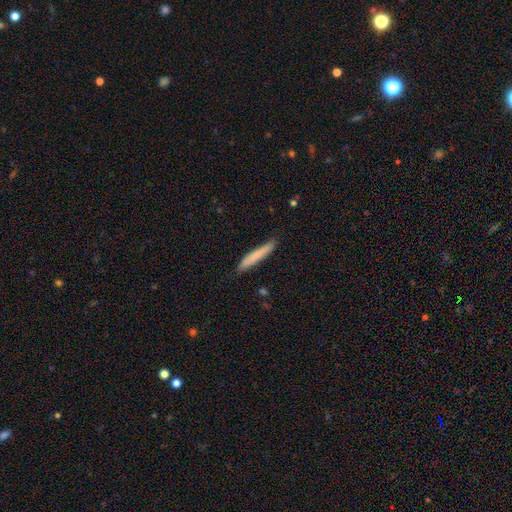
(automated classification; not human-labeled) Smooth or featured: smooth — 72% (featured or disk — 23%)
How rounded: cigar-shaped — 95% (in between — 4%)
Merging: none — 86% (minor disturbance — 11%)